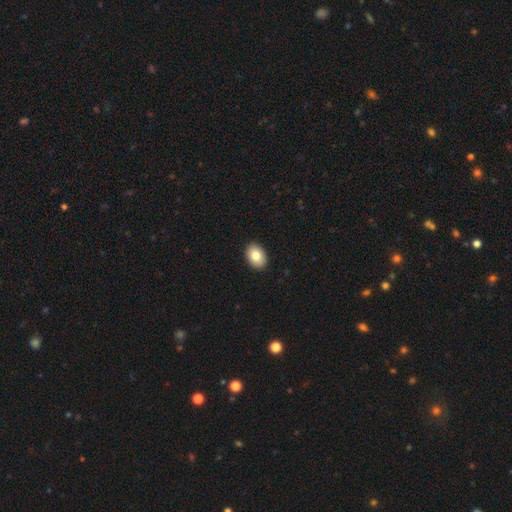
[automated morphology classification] The model was most divided on "how rounded": in between: 79%, round: 20%, cigar-shaped: 1%. More confident: merging — none (91%); smooth or featured — smooth (82%).